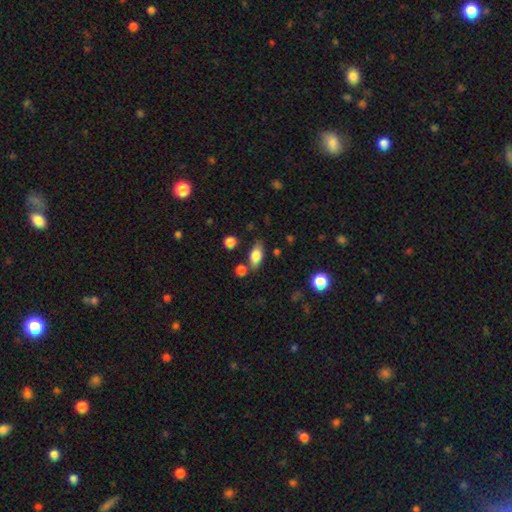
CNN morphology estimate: Q: Smooth or featured?
A: smooth (78%); runner-up: featured or disk (14%)
Q: How rounded?
A: in between (84%); runner-up: cigar-shaped (10%)
Q: Merging?
A: none (75%); runner-up: minor disturbance (15%)